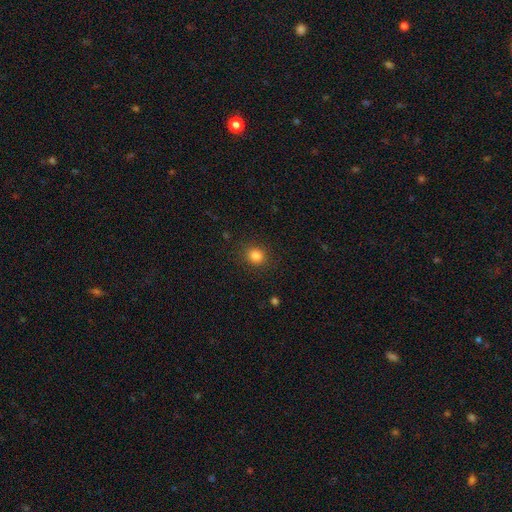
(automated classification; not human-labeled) Smooth or featured? smooth (84%)
How rounded? round (78%)
Merging? none (88%)